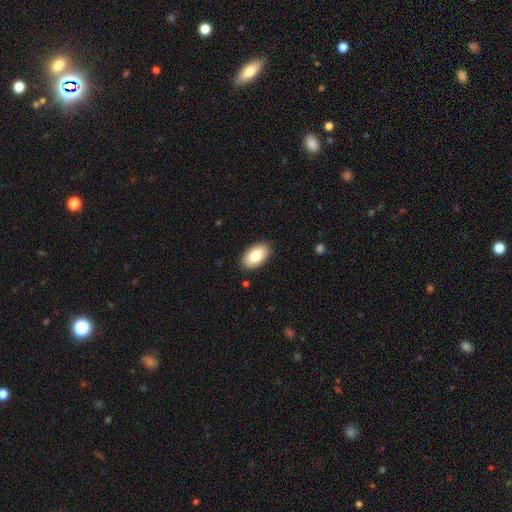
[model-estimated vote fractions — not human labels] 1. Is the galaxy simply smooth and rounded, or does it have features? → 82% smooth, 12% featured or disk, 6% star or artifact.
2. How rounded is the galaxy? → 95% in between, 4% round, 1% cigar-shaped.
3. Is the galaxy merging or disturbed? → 89% none, 8% minor disturbance, 2% major disturbance, 1% merger.